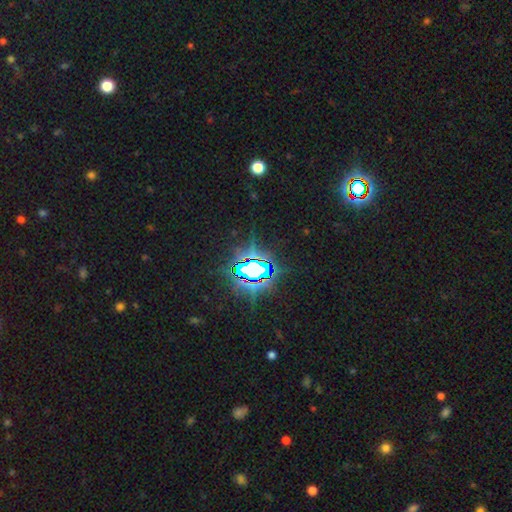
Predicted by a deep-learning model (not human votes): Q: Smooth or featured?
A: star or artifact (79%); runner-up: smooth (11%)